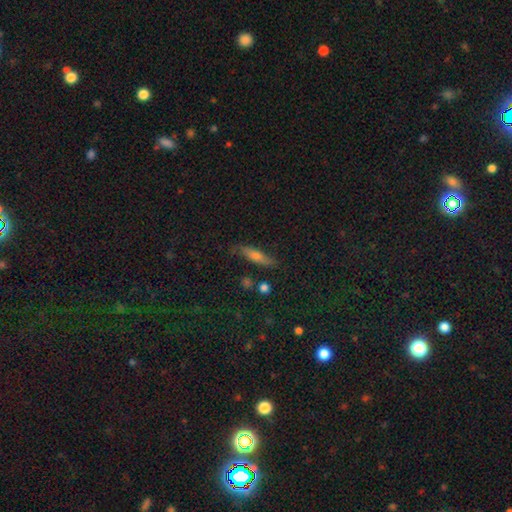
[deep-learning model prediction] The model was most divided on "smooth or featured": smooth: 50%, featured or disk: 38%, star or artifact: 12%. More confident: merging — none (78%); how rounded — cigar-shaped (77%).